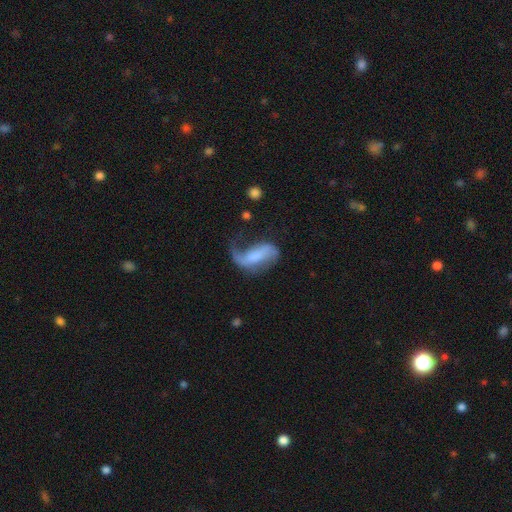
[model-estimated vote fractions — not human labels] The model was most divided on "bar": weak: 36%, no: 33%, strong: 30%. Remaining: edge-on disk — no (94%); spiral arms — yes (86%); spiral winding — loose (72%); smooth or featured — featured or disk (68%); spiral arm count — 2 (56%); merging — major disturbance (42%); bulge size — none (35%).